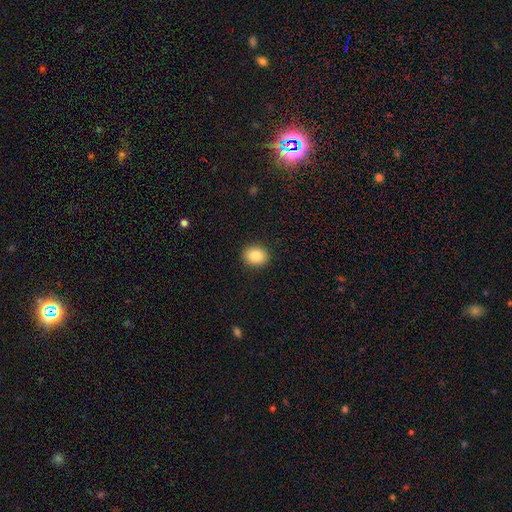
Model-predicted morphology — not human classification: Smooth or featured?
  - smooth: 86% *
  - star or artifact: 8%
  - featured or disk: 5%
How rounded?
  - round: 57% *
  - in between: 42%
  - cigar-shaped: 1%
Merging?
  - none: 90% *
  - minor disturbance: 7%
  - major disturbance: 2%
  - merger: 1%